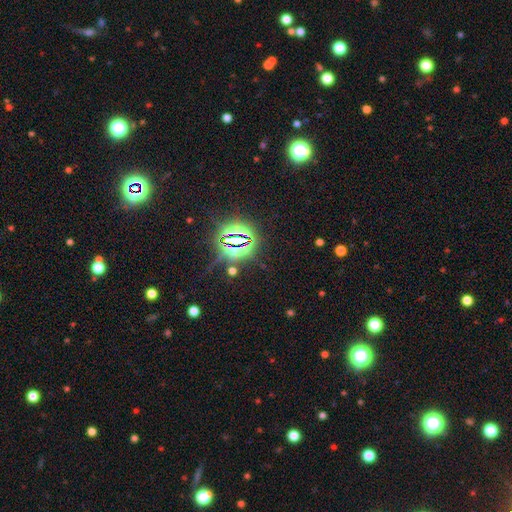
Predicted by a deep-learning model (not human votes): This is clearly a star or artifact rather than a galaxy (81%).